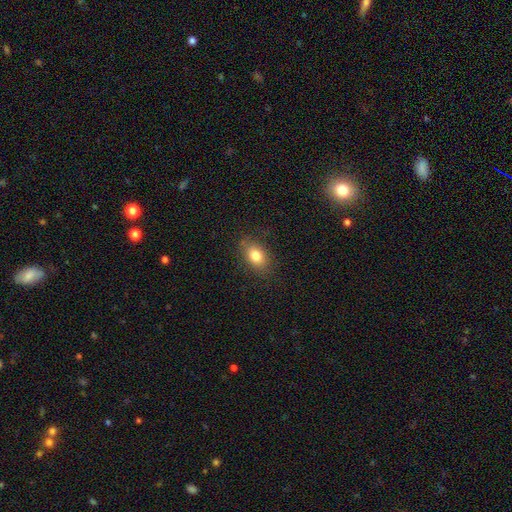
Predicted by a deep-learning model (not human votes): This is clearly a smooth galaxy (81%). How rounded: clearly in between (82%). Merging: clearly none (83%).